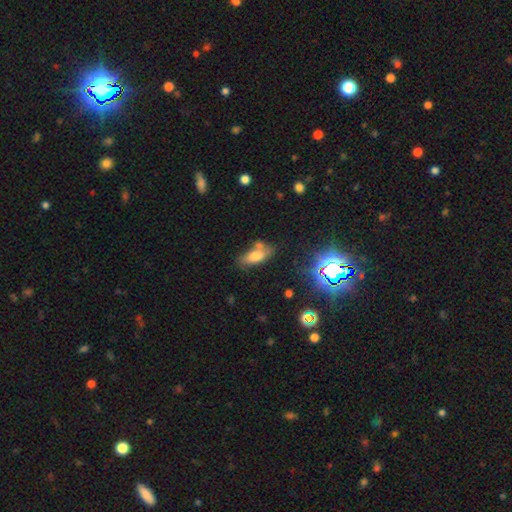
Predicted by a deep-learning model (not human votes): The model was most divided on "merging": none: 51%, minor disturbance: 22%, merger: 19%, major disturbance: 9%. More confident: how rounded — in between (83%); smooth or featured — smooth (68%).